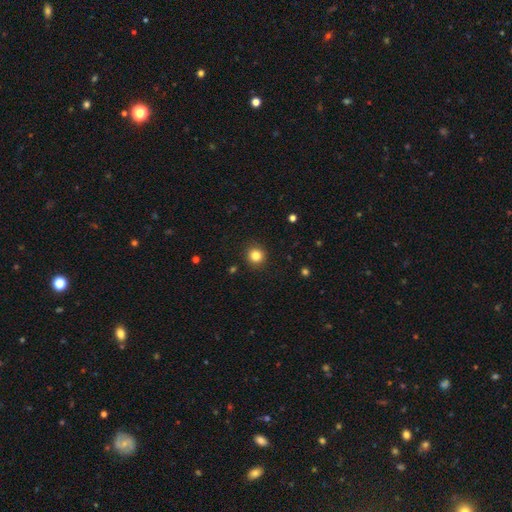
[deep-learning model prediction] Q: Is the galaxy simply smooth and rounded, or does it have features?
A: smooth — 83%.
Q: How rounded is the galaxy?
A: round — 92%.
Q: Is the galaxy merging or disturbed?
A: none — 91%.